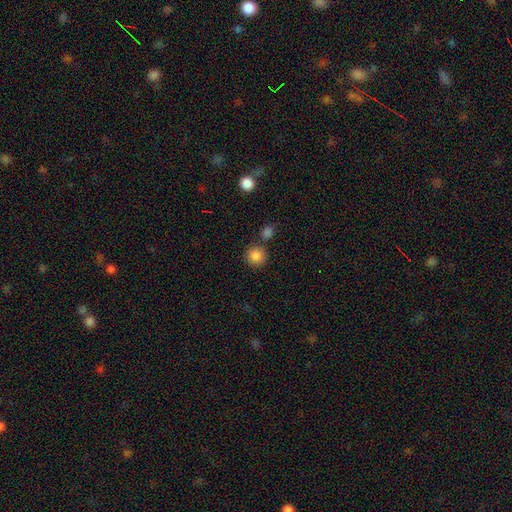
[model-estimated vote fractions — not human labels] This is clearly a smooth galaxy (86%). How rounded: clearly round (92%). Merging: likely none (78%).